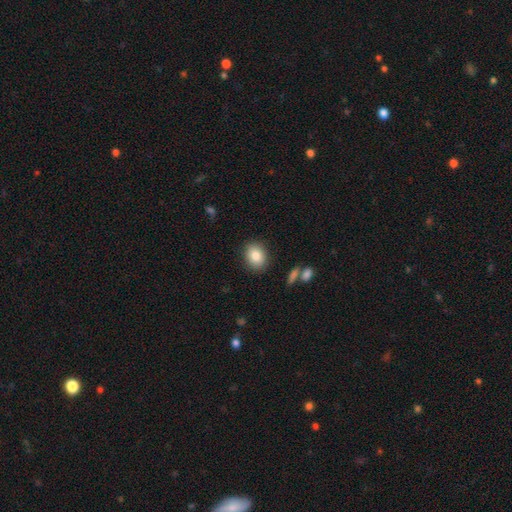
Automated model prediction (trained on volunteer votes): This appears to be a smooth galaxy with no disk features (84%) that is in between round and cigar-shaped (57%). Merging: none (87%).